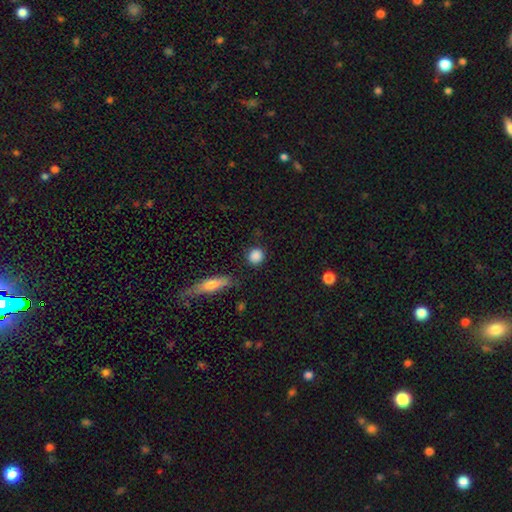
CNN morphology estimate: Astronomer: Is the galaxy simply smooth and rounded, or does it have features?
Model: smooth — 87%.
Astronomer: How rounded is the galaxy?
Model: round — 87%.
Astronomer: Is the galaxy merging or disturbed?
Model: none — 84%.